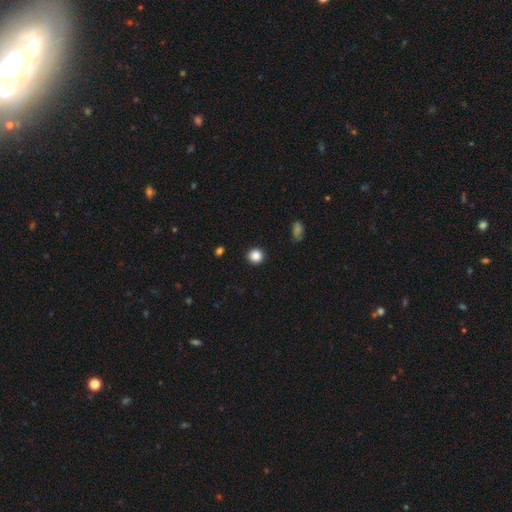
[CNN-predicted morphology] This is clearly a smooth galaxy (87%). How rounded: clearly round (93%). Merging: clearly none (92%).